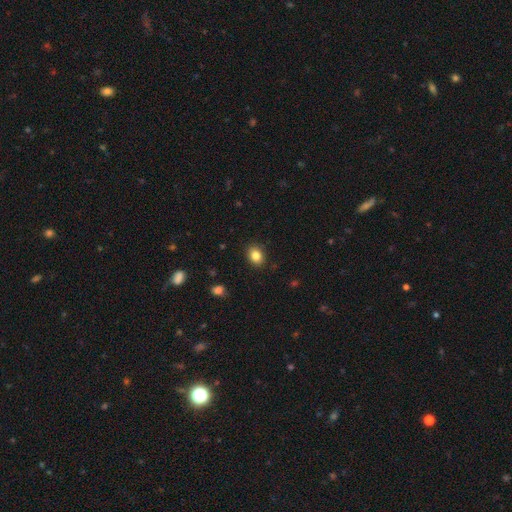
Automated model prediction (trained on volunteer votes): This is clearly a smooth galaxy (84%). How rounded: possibly in between (57%). Merging: clearly none (89%).